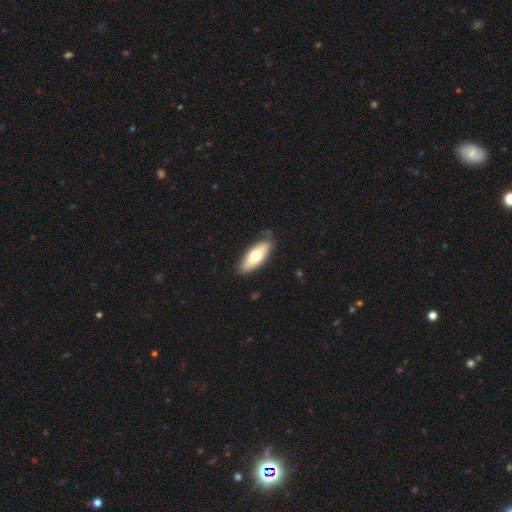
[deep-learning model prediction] Smooth or featured?
  - smooth: 67% *
  - featured or disk: 28%
  - star or artifact: 6%
How rounded?
  - in between: 78% *
  - cigar-shaped: 20%
  - round: 2%
Merging?
  - none: 85% *
  - minor disturbance: 12%
  - major disturbance: 2%
  - merger: 1%